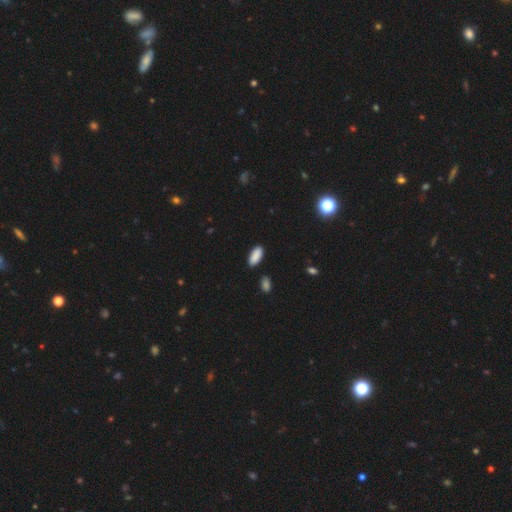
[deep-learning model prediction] A smooth galaxy with no disk features (89%) that is in between round and cigar-shaped (87%). Merging: none (85%).